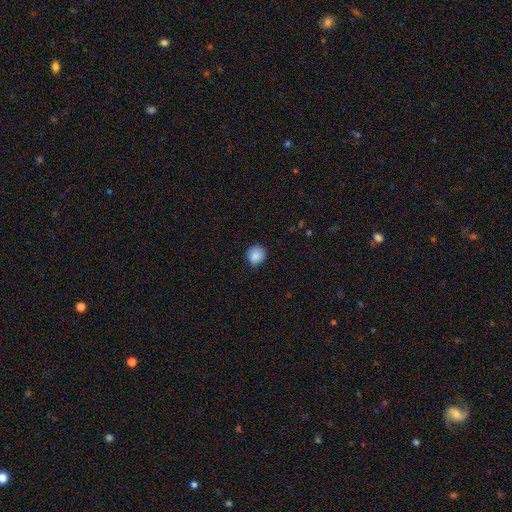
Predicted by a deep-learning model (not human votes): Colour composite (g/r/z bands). It shows a smooth galaxy with no disk features (88%) that is round (85%). Merging: none (86%).